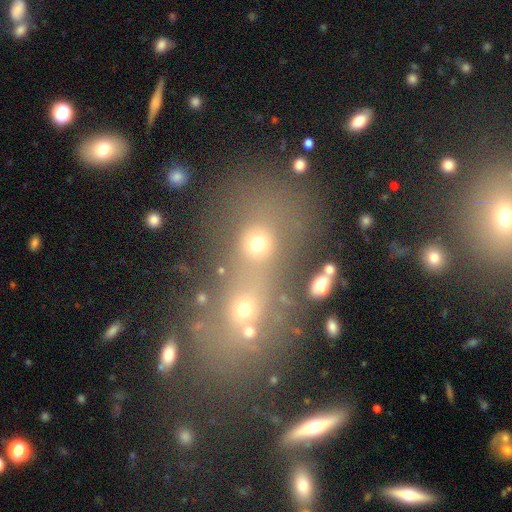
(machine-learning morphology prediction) A smooth galaxy with no disk features (44%). Merging: merger (50%).